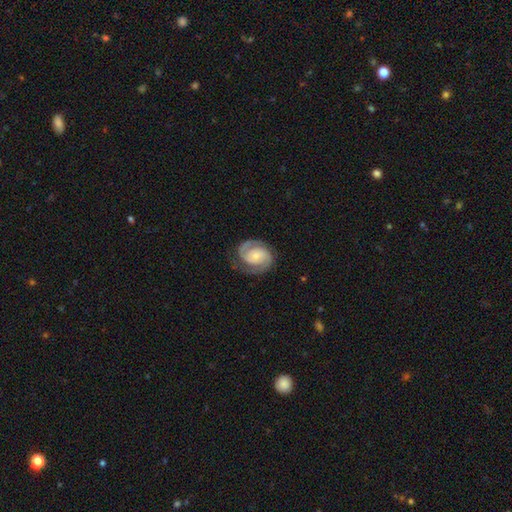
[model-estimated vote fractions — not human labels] The model was most divided on "spiral winding": tight: 49%, medium: 42%, loose: 9%. More confident: edge-on disk — no (98%); spiral arms — yes (97%); spiral arm count — 2 (90%); smooth or featured — featured or disk (86%); merging — none (76%); bar — no (61%); bulge size — small (59%).